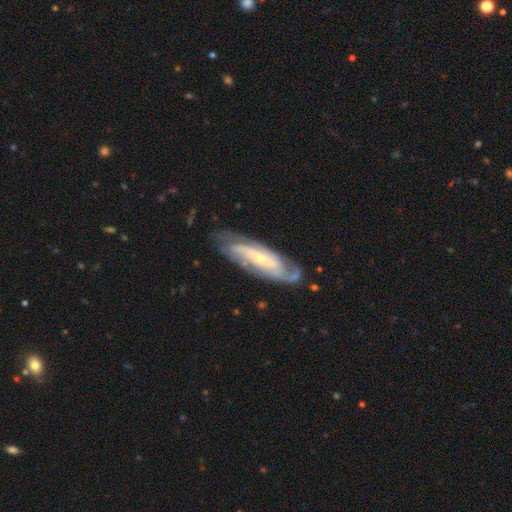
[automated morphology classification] This appears to be a featured or disk galaxy (80%) with no bar (54%), 2 (45%) tight (54%) spiral arms (92%) and a small central bulge (71%). Merging: none (75%).